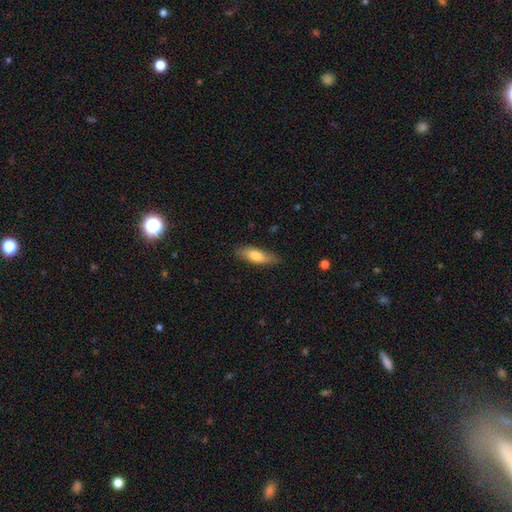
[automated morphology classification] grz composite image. It shows a smooth galaxy with no disk features (74%) that is in between round and cigar-shaped (54%). Merging: none (81%).